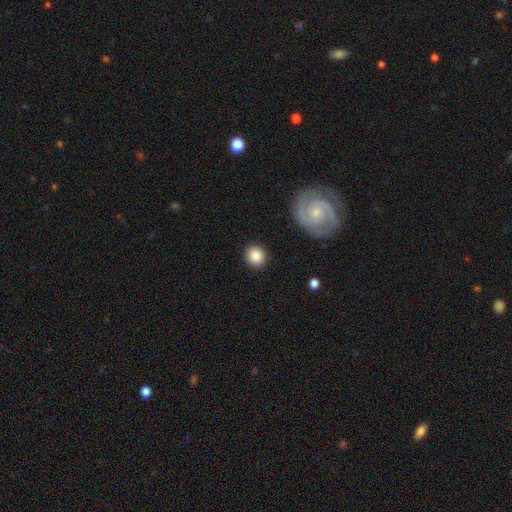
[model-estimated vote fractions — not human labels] smooth 87%, star or artifact 8%, featured or disk 6%. Down the decision tree: how rounded — round (85%); merging — none (89%).